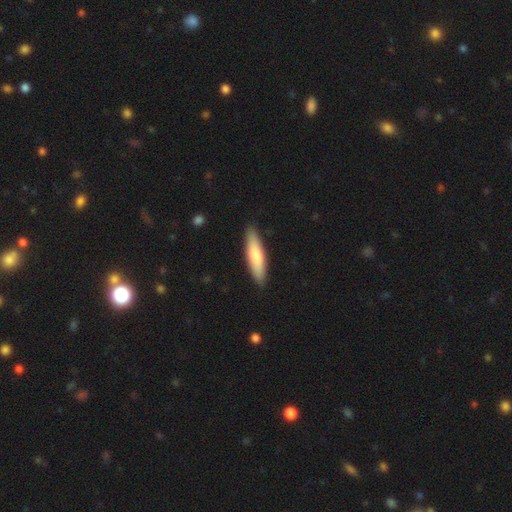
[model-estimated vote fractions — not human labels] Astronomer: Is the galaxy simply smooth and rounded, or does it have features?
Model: smooth — 77%.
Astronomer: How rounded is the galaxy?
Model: cigar-shaped — 72%.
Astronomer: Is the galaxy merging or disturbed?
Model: none — 88%.